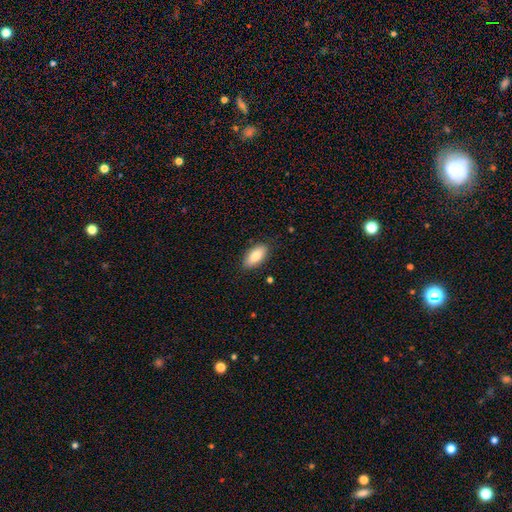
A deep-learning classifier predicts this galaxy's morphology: Smooth or featured?
  - smooth: 82% *
  - featured or disk: 12%
  - star or artifact: 7%
How rounded?
  - in between: 89% *
  - cigar-shaped: 8%
  - round: 3%
Merging?
  - none: 85% *
  - minor disturbance: 12%
  - major disturbance: 2%
  - merger: 1%